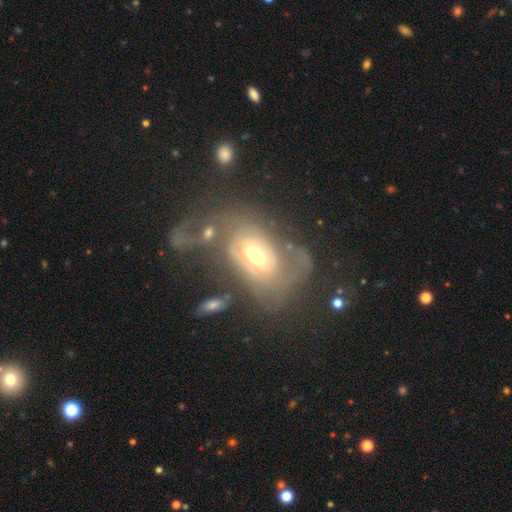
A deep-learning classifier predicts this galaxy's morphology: This is likely a featured or disk galaxy (73%). It is clearly not viewed edge-on (95%). Bar: possibly no (55%). Spiral arm pattern: likely yes (67%). Central bulge: likely moderate (65%). Merging: marginally none (36%).